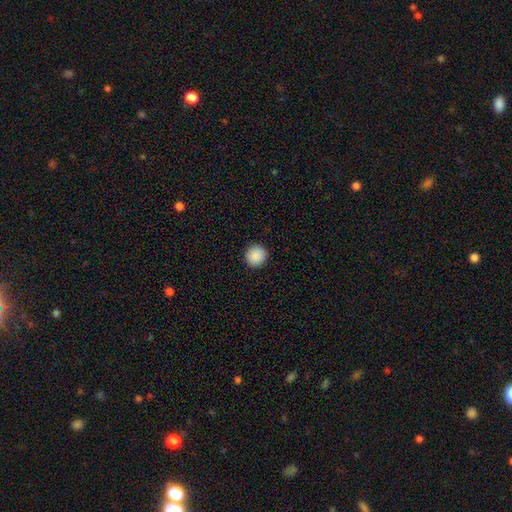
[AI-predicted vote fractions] A smooth galaxy with no disk features (89%) that is round (93%). Merging: none (93%).